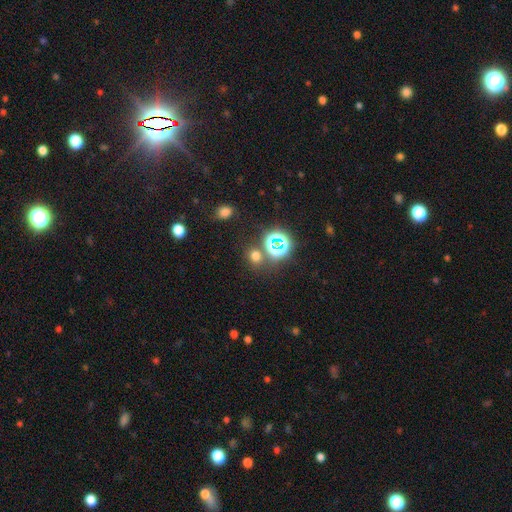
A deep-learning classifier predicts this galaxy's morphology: A smooth galaxy with no disk features (59%) that is round (73%).

Vote fractions:
- Smooth or featured? smooth: 59% / star or artifact: 34% / featured or disk: 6%
- How rounded? round: 73% / in between: 25% / cigar-shaped: 1%
- Merging? none: 76% / merger: 11% / minor disturbance: 9% / major disturbance: 4%